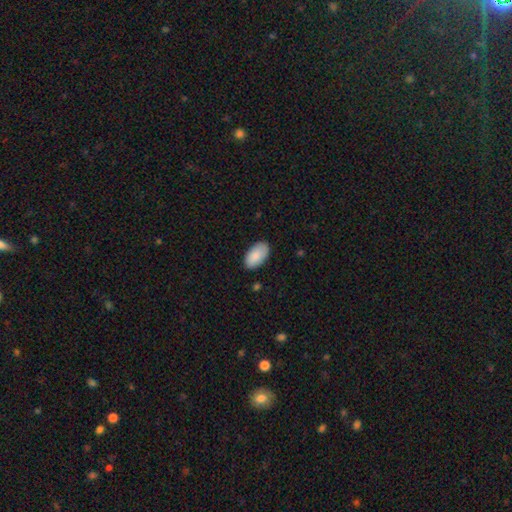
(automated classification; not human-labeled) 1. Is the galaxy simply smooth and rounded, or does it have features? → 89% smooth, 6% star or artifact, 5% featured or disk.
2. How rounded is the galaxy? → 96% in between, 3% round, 1% cigar-shaped.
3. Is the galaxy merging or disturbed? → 84% none, 12% minor disturbance, 2% major disturbance, 1% merger.